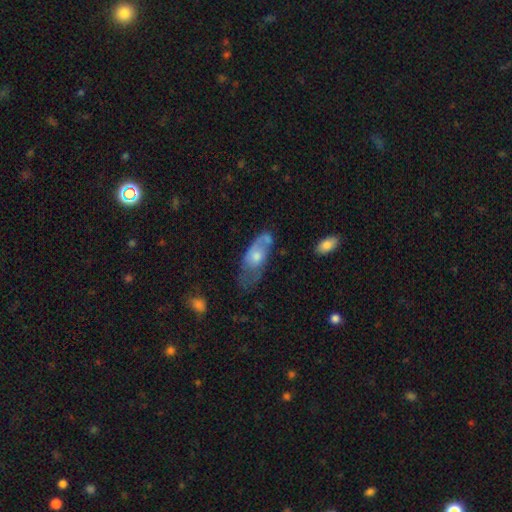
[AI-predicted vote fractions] smooth_or_featured: featured or disk (p=0.49) [alt: smooth p=0.44]
merging: none (p=0.39) [alt: minor disturbance p=0.29]